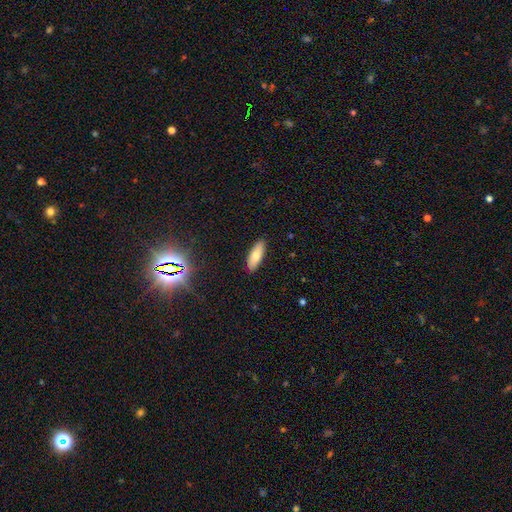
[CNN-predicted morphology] A smooth galaxy with no disk features (75%) that is in between round and cigar-shaped (66%). Merging: none (89%).